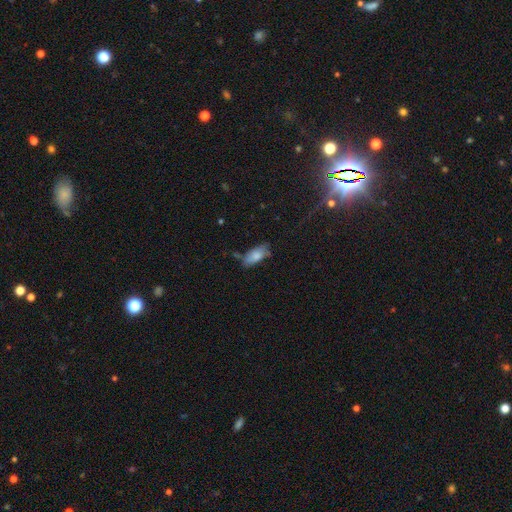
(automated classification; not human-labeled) The model was most divided on "merging": none: 57%, minor disturbance: 28%, major disturbance: 8%, merger: 6%. More confident: how rounded — in between (83%); smooth or featured — smooth (76%).